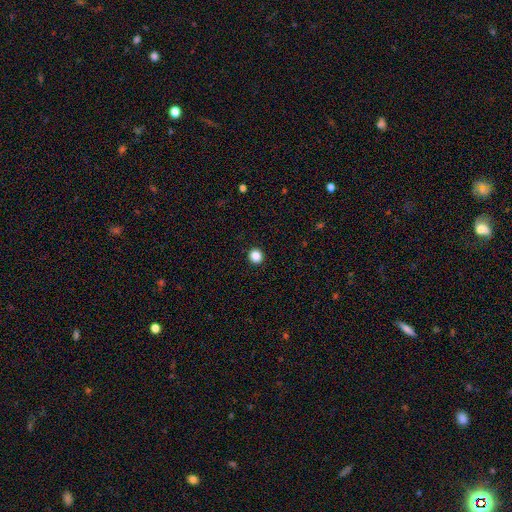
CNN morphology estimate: Q: Smooth or featured?
A: smooth (86%); runner-up: star or artifact (11%)
Q: How rounded?
A: round (94%); runner-up: in between (5%)
Q: Merging?
A: none (94%); runner-up: minor disturbance (4%)